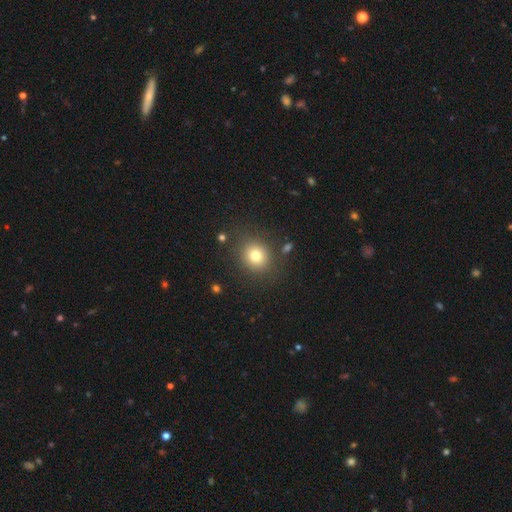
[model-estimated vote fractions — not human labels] A smooth galaxy with no disk features (76%) that is round (83%). Merging: none (85%).